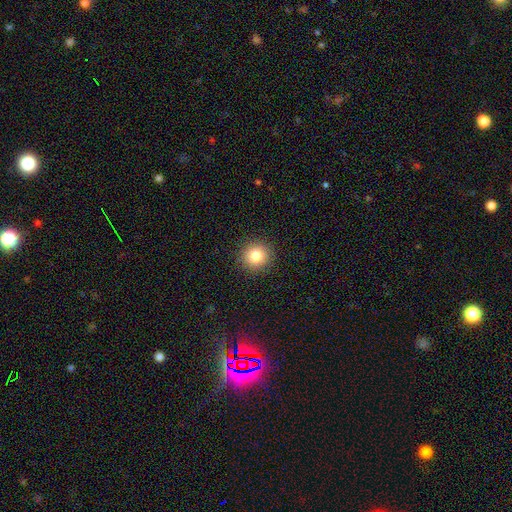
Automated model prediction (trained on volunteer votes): Smooth or featured? smooth (81%)
How rounded? round (93%)
Merging? none (91%)